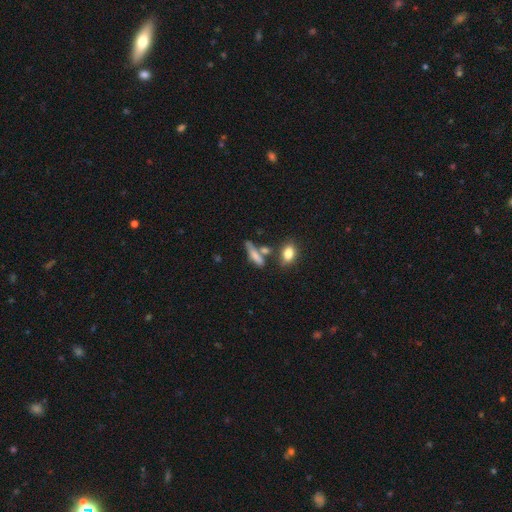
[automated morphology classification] Smooth or featured?
  - smooth: 68% *
  - featured or disk: 22%
  - star or artifact: 10%
How rounded?
  - cigar-shaped: 65% *
  - in between: 30%
  - round: 5%
Merging?
  - none: 53% *
  - merger: 20%
  - minor disturbance: 19%
  - major disturbance: 8%